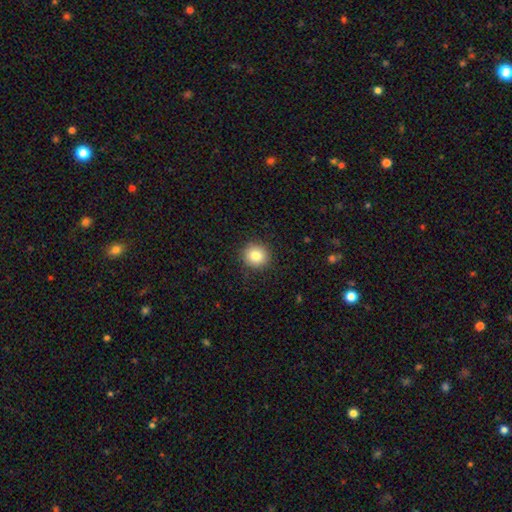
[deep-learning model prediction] Overall: smooth (83%). How rounded: round (91%). Merging: none (90%).